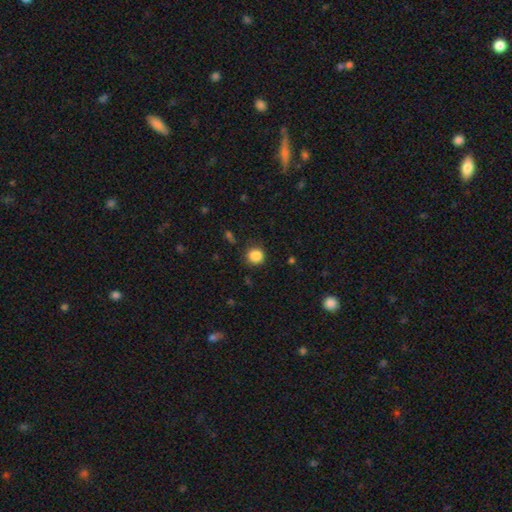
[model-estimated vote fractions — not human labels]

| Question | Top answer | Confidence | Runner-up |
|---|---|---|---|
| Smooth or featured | smooth | 86% | star or artifact (10%) |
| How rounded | round | 90% | in between (9%) |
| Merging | none | 82% | minor disturbance (13%) |